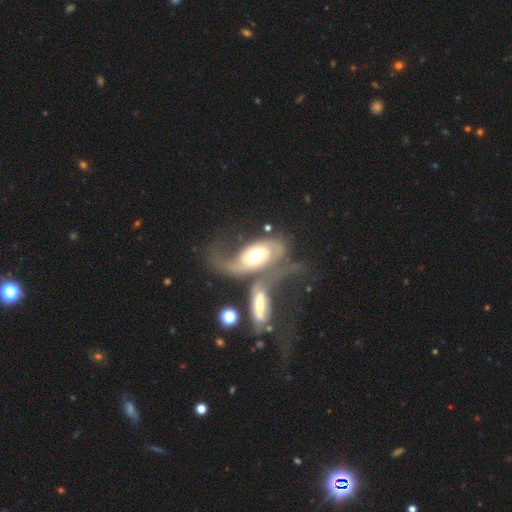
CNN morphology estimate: The model was most divided on "spiral winding": loose: 46%, medium: 34%, tight: 19%. Remaining: edge-on disk — no (93%); spiral arms — yes (92%); smooth or featured — featured or disk (78%); spiral arm count — 2 (76%); bar — no (55%); bulge size — moderate (51%); merging — merger (47%).